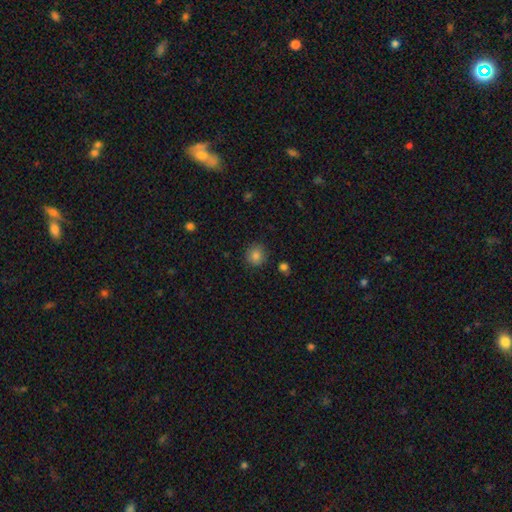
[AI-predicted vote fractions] This appears to be a smooth galaxy with no disk features (84%) that is round (91%). Merging: none (86%).